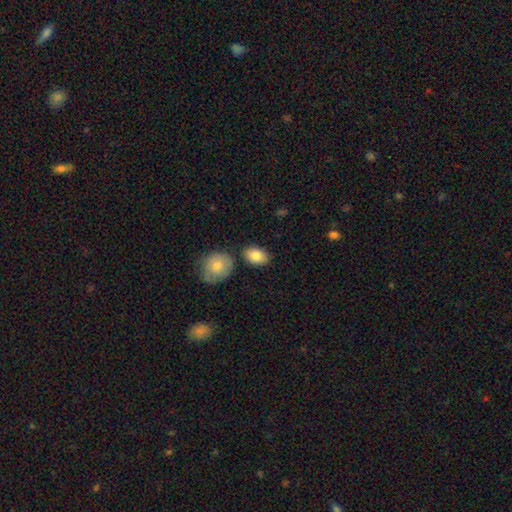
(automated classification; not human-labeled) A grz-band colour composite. It shows a smooth galaxy with no disk features (85%) that is in between round and cigar-shaped (84%). Merging: none (76%).